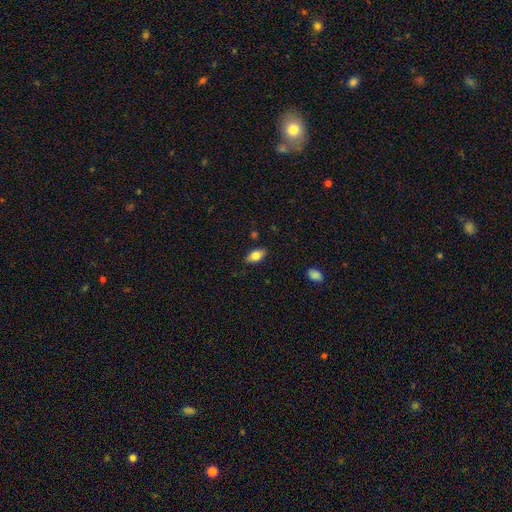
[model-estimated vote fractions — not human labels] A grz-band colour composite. It shows a smooth galaxy with no disk features (77%) that is in between round and cigar-shaped (90%). Merging: none (86%).